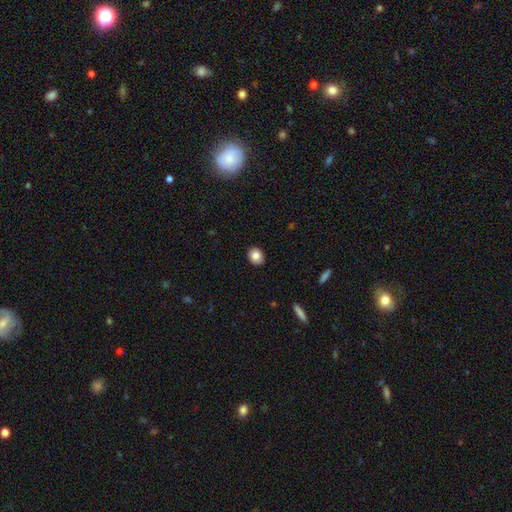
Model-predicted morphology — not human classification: Smooth or featured? Predicted: smooth (p=0.83). How rounded? Predicted: round (p=0.60). Merging? Predicted: none (p=0.90).